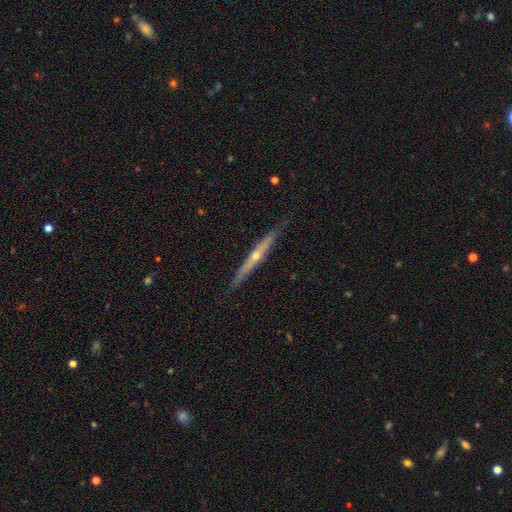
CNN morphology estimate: smooth-or-featured: featured or disk: 72% | smooth: 22% | star or artifact: 6%
  disk-edge-on: yes: 96% | no: 4%
    edge-on-bulge: rounded: 78% | none: 20% | boxy: 2%
  merging: none: 86% | minor disturbance: 11% | major disturbance: 2% | merger: 1%